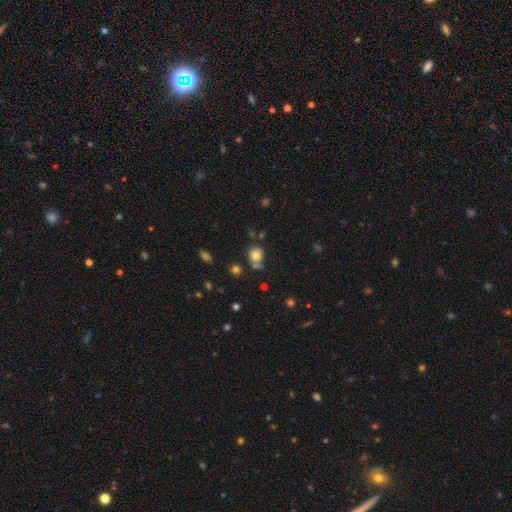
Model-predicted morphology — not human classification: A smooth galaxy with no disk features (77%) that is round (72%). Merging: none (62%).